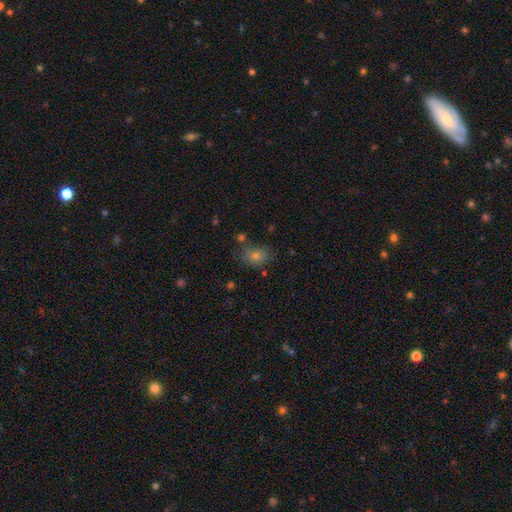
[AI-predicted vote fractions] The model was most divided on "how rounded": in between: 56%, round: 43%, cigar-shaped: 1%. More confident: smooth or featured — smooth (71%); merging — none (70%).